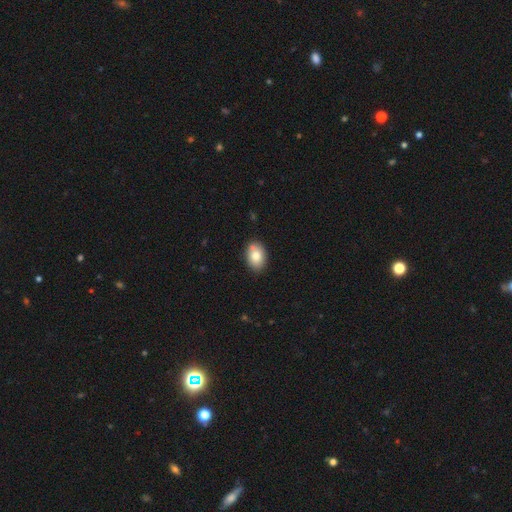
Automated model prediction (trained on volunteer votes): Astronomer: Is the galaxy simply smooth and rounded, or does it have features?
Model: smooth — 79%.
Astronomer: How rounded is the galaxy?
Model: in between — 83%.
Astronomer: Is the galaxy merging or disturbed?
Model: none — 80%.